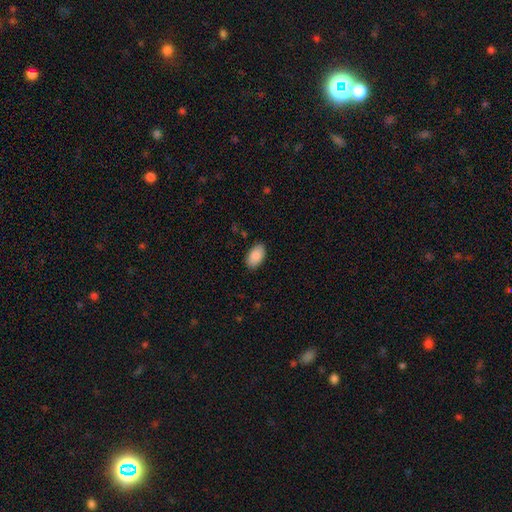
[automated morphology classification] The model was most divided on "merging": none: 87%, minor disturbance: 9%, major disturbance: 2%, merger: 1%. More confident: how rounded — in between (95%); smooth or featured — smooth (90%).